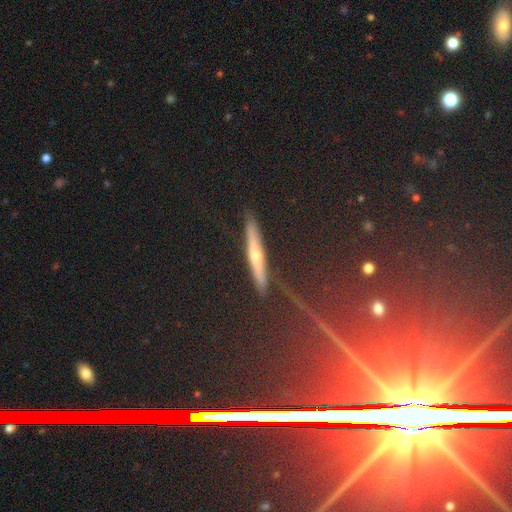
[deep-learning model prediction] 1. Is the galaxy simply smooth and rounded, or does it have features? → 52% featured or disk, 26% smooth, 22% star or artifact.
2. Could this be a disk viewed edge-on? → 88% yes, 12% no.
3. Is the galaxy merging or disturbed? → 88% none, 8% minor disturbance, 2% major disturbance, 2% merger.